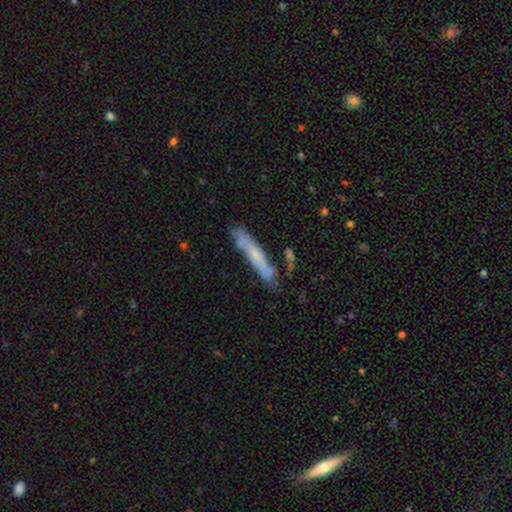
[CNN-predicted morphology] The model was most divided on "smooth or featured": smooth: 49%, featured or disk: 44%, star or artifact: 7%. More confident: merging — none (68%).